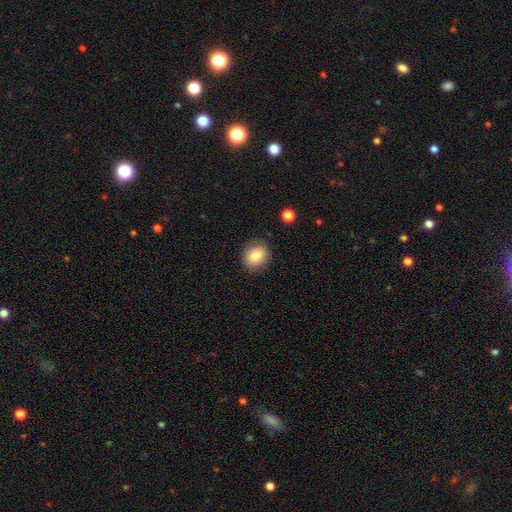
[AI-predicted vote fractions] smooth_or_featured: smooth (p=0.82) [alt: featured or disk p=0.09]
how_rounded: round (p=0.72) [alt: in between p=0.27]
merging: none (p=0.85) [alt: minor disturbance p=0.11]